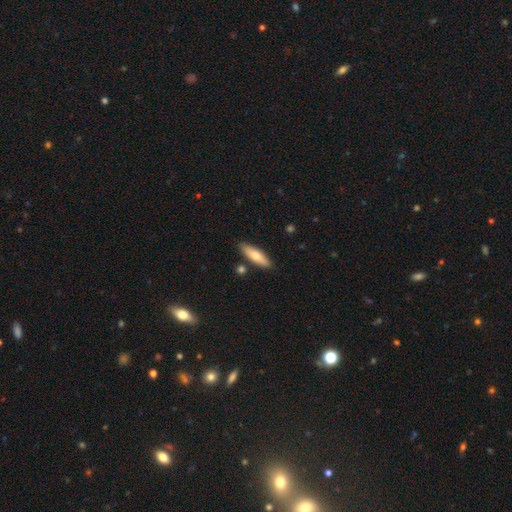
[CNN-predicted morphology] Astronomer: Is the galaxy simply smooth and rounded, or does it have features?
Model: smooth — 70%.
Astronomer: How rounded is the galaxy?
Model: cigar-shaped — 58% (runner-up: in between, 40%).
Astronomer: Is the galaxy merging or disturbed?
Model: none — 85%.